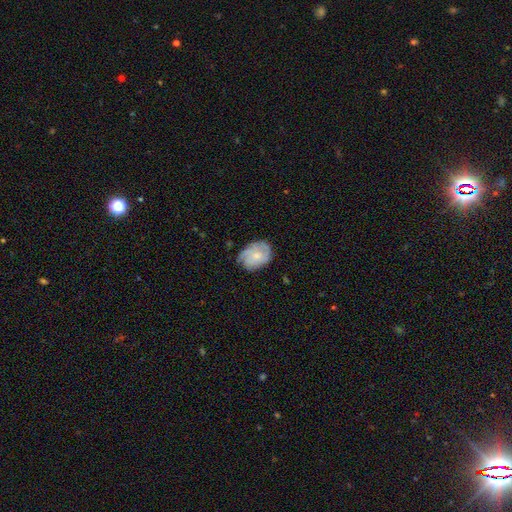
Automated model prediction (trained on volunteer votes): smooth-or-featured: featured or disk: 57% | smooth: 36% | star or artifact: 7%
  disk-edge-on: no: 97% | yes: 3%
    bar: no: 79% | weak: 19% | strong: 2%
    has-spiral-arms: yes: 85% | no: 15%
    bulge-size: small: 50% | moderate: 38% | none: 7% | large: 3% | dominant: 1%
  merging: none: 66% | minor disturbance: 25% | major disturbance: 8% | merger: 1%